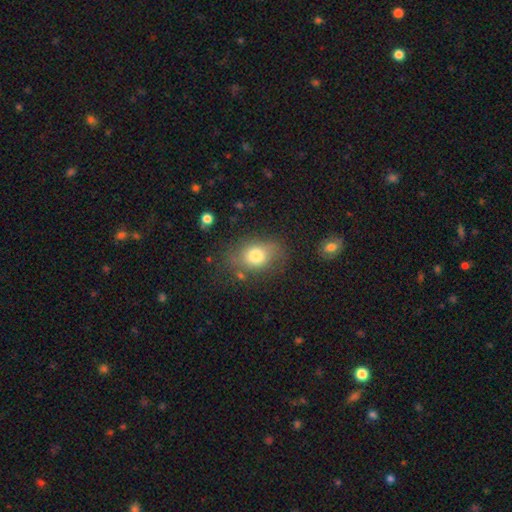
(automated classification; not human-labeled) Overall: smooth (76%). How rounded: in between (66%; round 33%). Merging: none (66%).